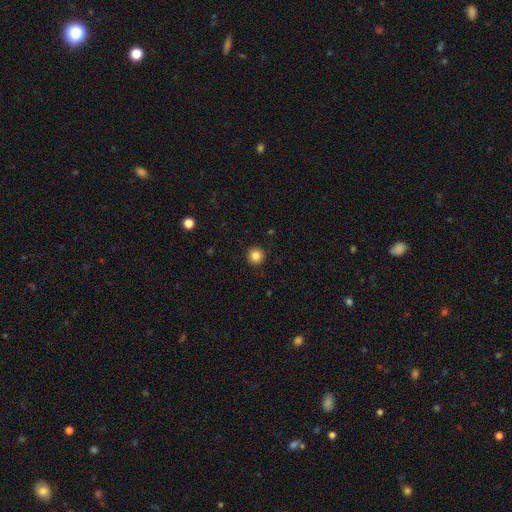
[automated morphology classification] This is clearly a smooth galaxy (84%). How rounded: clearly round (96%). Merging: clearly none (92%).